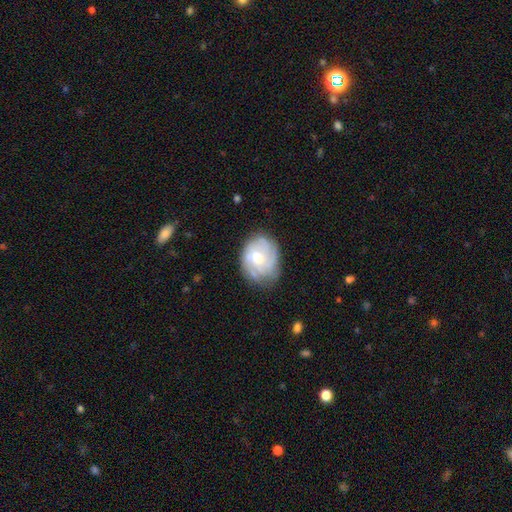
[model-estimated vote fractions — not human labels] Overall: featured or disk (65%; smooth 29%). Edge-on disk: no (97%). Bar: no (59%; weak 36%). Spiral arms: yes (79%). Bulge size: moderate (67%). Merging: none (63%; minor disturbance 25%).